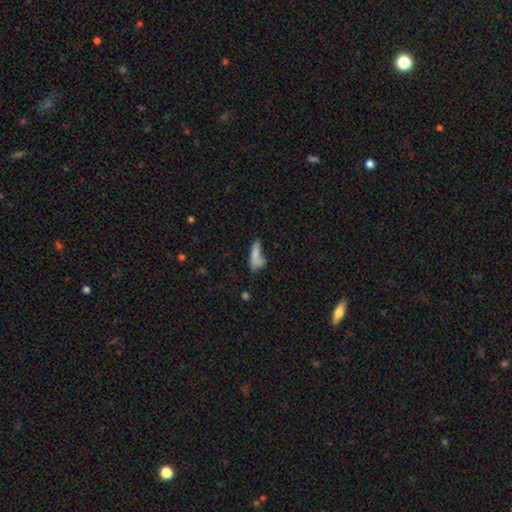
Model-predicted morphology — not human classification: smooth-or-featured: smooth: 75% | featured or disk: 15% | star or artifact: 10%
  how-rounded: in between: 54% | cigar-shaped: 43% | round: 4%
  merging: none: 34% | merger: 24% | minor disturbance: 23% | major disturbance: 19%